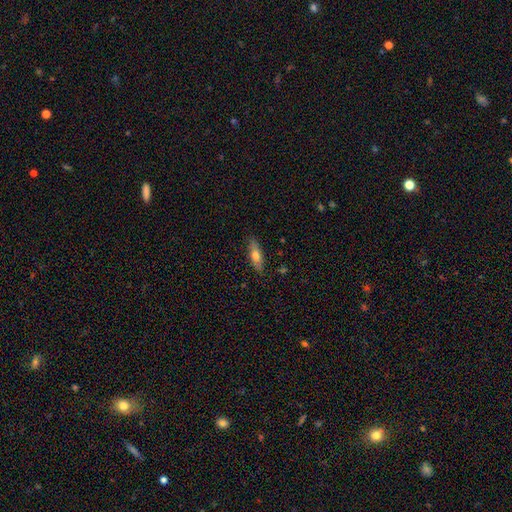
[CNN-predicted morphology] A smooth galaxy with no disk features (68%) that is in between round and cigar-shaped (54%).

Vote fractions:
- Smooth or featured? smooth: 68% / featured or disk: 26% / star or artifact: 6%
- How rounded? in between: 54% / cigar-shaped: 43% / round: 3%
- Merging? none: 84% / minor disturbance: 13% / major disturbance: 2% / merger: 1%